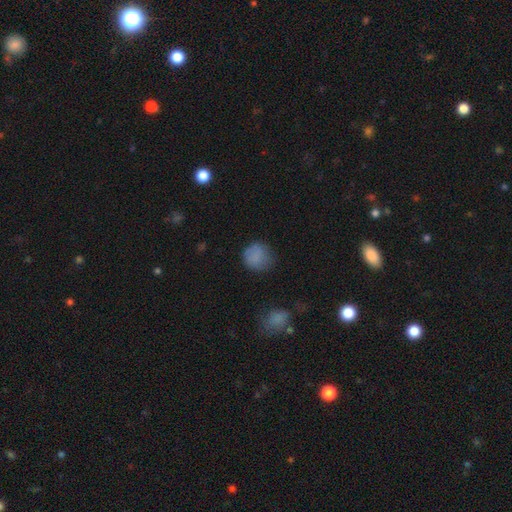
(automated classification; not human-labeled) A smooth galaxy with no disk features (82%) that is round (87%). Merging: none (68%).